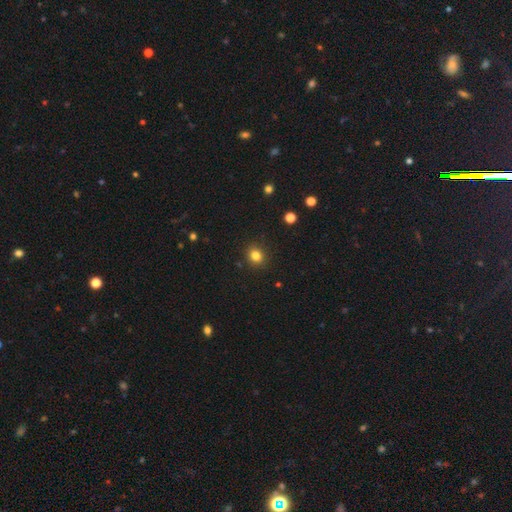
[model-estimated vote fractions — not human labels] Morphology: type=smooth (83%); roundness=round (74%); merging=none (89%).